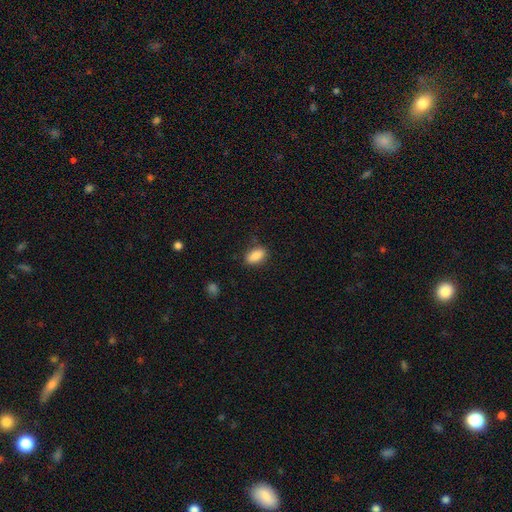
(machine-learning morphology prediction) Smooth or featured: smooth — 87% (star or artifact — 8%)
How rounded: in between — 86% (cigar-shaped — 9%)
Merging: none — 80% (minor disturbance — 15%)